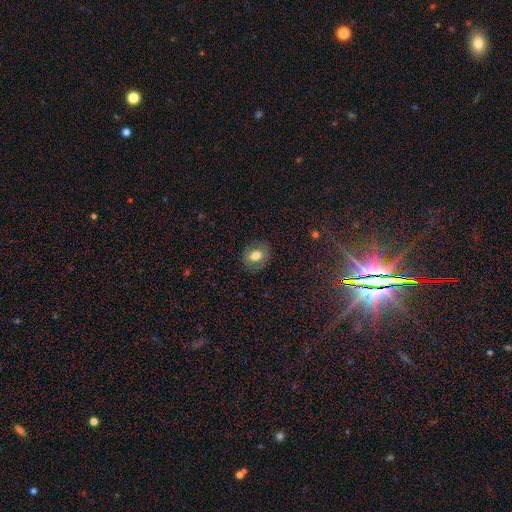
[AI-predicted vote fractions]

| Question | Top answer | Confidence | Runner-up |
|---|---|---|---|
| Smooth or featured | smooth | 64% | featured or disk (26%) |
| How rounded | round | 54% | in between (45%) |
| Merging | none | 84% | minor disturbance (12%) |